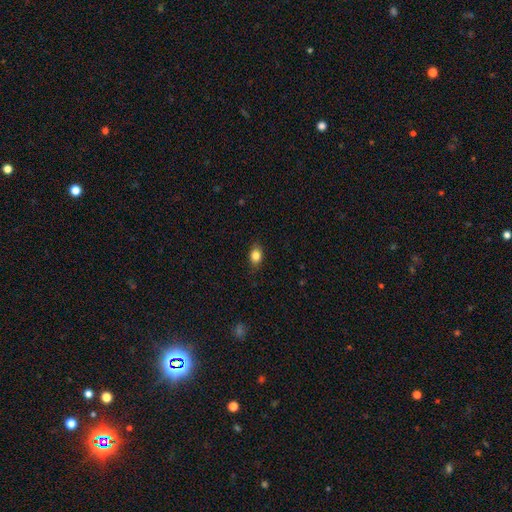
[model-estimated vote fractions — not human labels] Smooth or featured? smooth (84%)
How rounded? in between (73%)
Merging? none (82%)